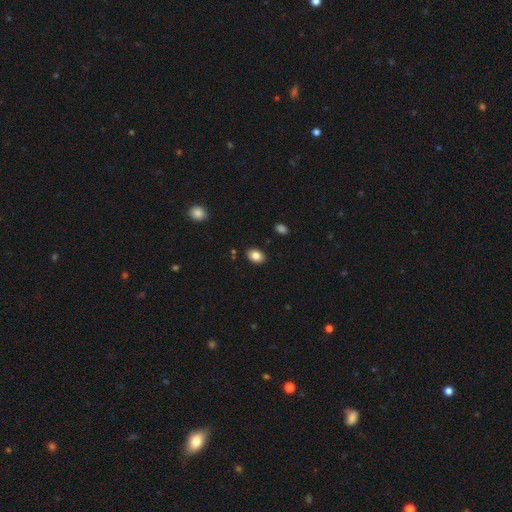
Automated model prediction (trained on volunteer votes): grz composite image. It shows a smooth galaxy with no disk features (84%) that is in between round and cigar-shaped (80%). Merging: none (87%).